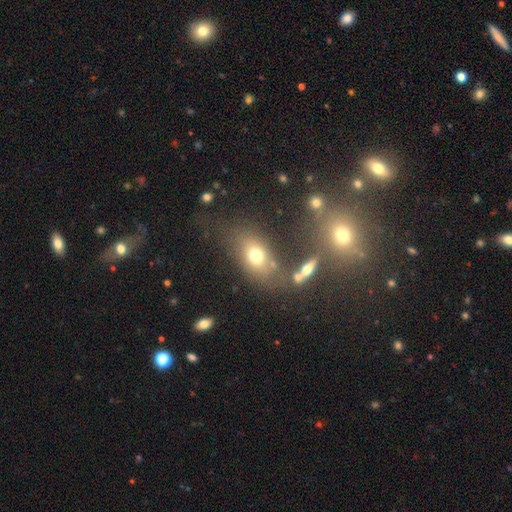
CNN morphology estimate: smooth_or_featured: smooth (p=0.68) [alt: featured or disk p=0.18]
how_rounded: in between (p=0.70) [alt: round p=0.25]
merging: none (p=0.60) [alt: merger p=0.15]